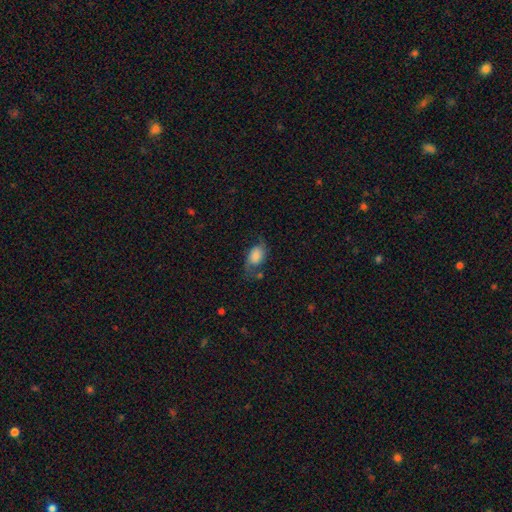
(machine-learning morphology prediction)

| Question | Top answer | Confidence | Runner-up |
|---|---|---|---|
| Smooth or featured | smooth | 57% | featured or disk (34%) |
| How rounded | in between | 83% | round (15%) |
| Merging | none | 48% | minor disturbance (29%) |